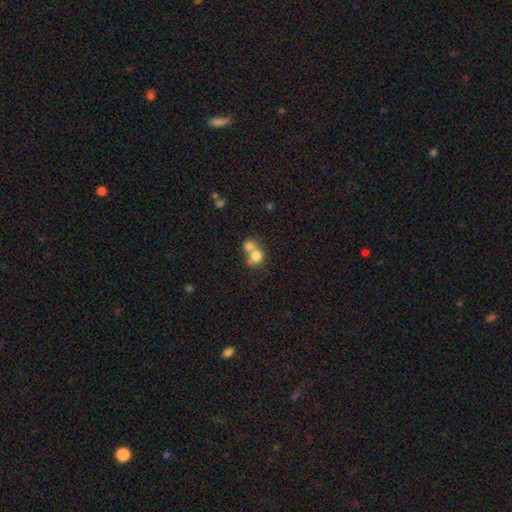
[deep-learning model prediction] A smooth galaxy with no disk features (76%) that is round (72%).

Vote fractions:
- Smooth or featured? smooth: 76% / featured or disk: 14% / star or artifact: 10%
- How rounded? round: 72% / in between: 27% / cigar-shaped: 1%
- Merging? merger: 65% / none: 26% / minor disturbance: 6% / major disturbance: 4%